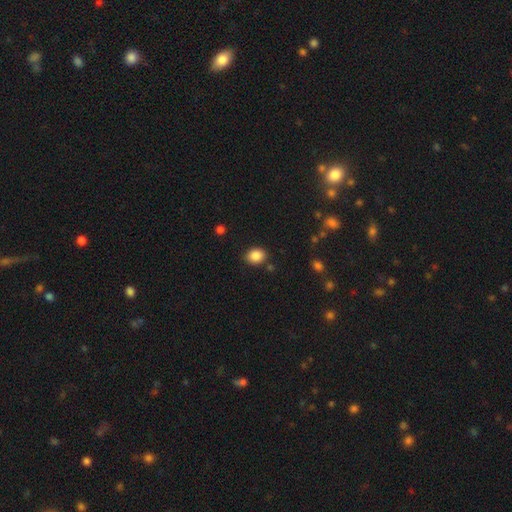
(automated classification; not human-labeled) Smooth or featured? smooth (87%)
How rounded? in between (53%)
Merging? none (84%)